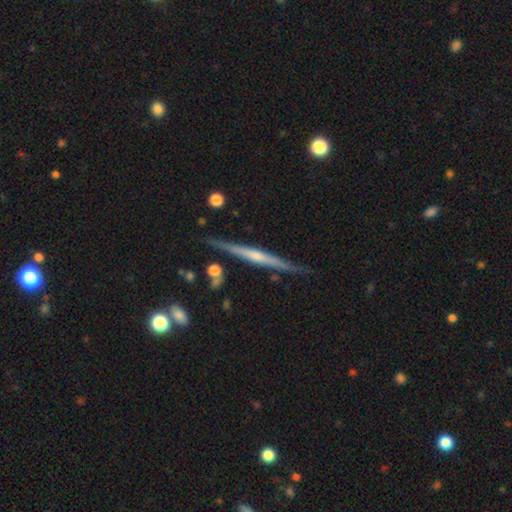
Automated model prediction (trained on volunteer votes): Morphology: type=featured or disk (73%); edge-on=yes (98%); edge-on bulge=rounded (53%); merging=none (87%).